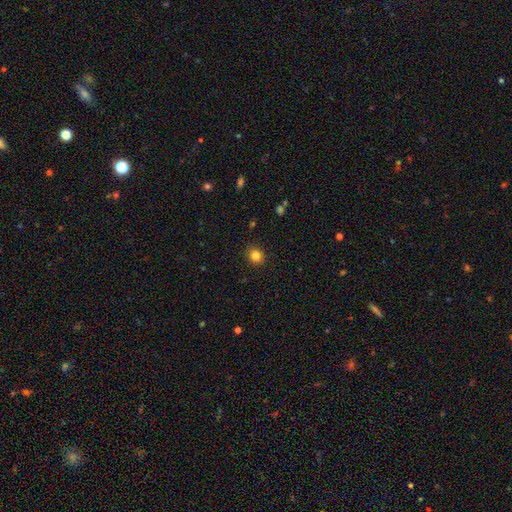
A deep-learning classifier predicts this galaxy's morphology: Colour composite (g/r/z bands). It shows a smooth galaxy with no disk features (83%) that is round (82%). Merging: none (89%).